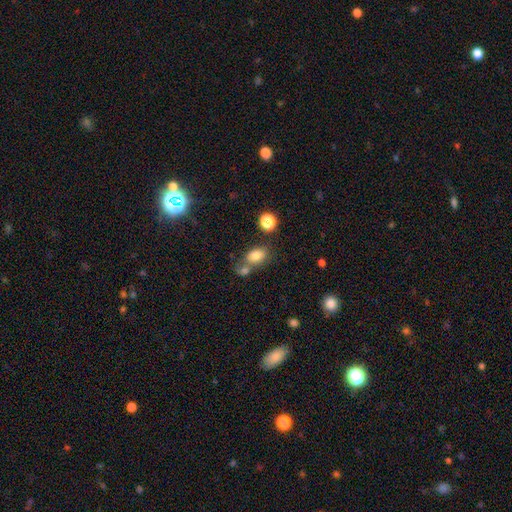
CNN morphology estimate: smooth-or-featured: smooth: 80% | star or artifact: 11% | featured or disk: 10%
  how-rounded: in between: 80% | round: 19% | cigar-shaped: 2%
  merging: none: 48% | merger: 33% | minor disturbance: 13% | major disturbance: 6%